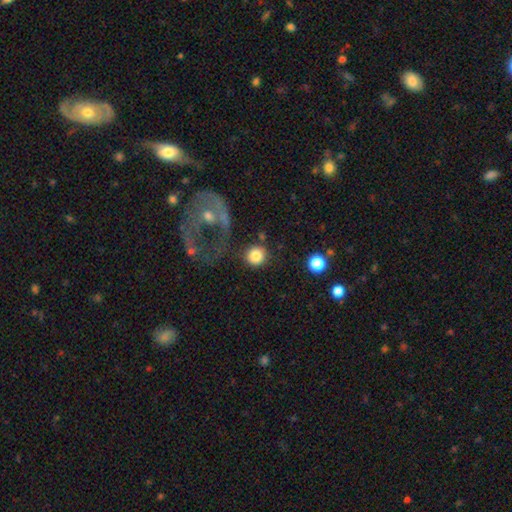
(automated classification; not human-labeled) A smooth galaxy with no disk features (83%) that is round (93%). Merging: none (77%).